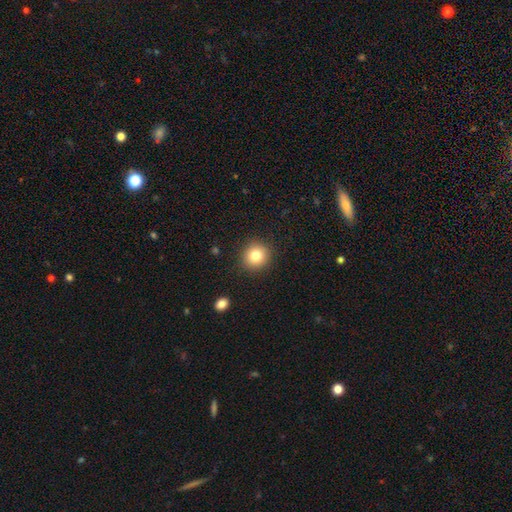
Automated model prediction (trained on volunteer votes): Smooth or featured? smooth (81%)
How rounded? round (89%)
Merging? none (90%)